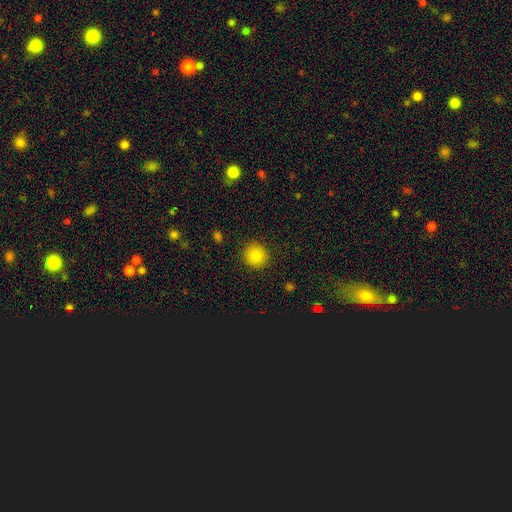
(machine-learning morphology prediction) smooth 85%, star or artifact 11%, featured or disk 4%. Down the decision tree: how rounded — round (91%); merging — none (90%).